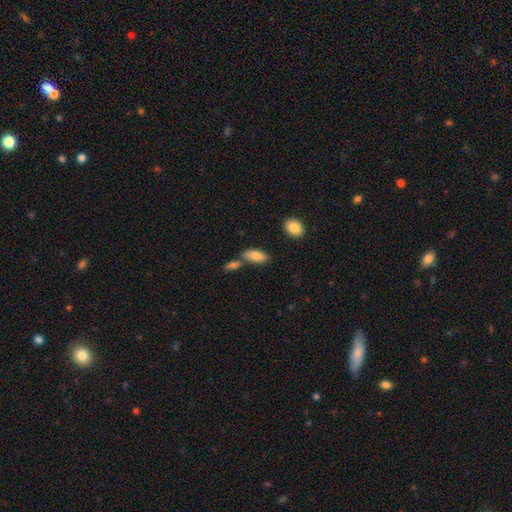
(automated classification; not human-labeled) Smooth or featured? smooth (82%)
How rounded? in between (85%)
Merging? none (58%)